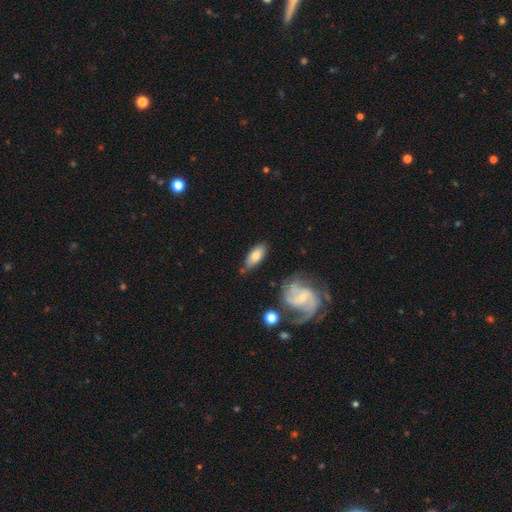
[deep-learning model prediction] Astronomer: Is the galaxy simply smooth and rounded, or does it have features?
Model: smooth — 67%.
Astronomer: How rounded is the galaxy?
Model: in between — 82%.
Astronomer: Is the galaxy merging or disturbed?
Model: none — 72%.